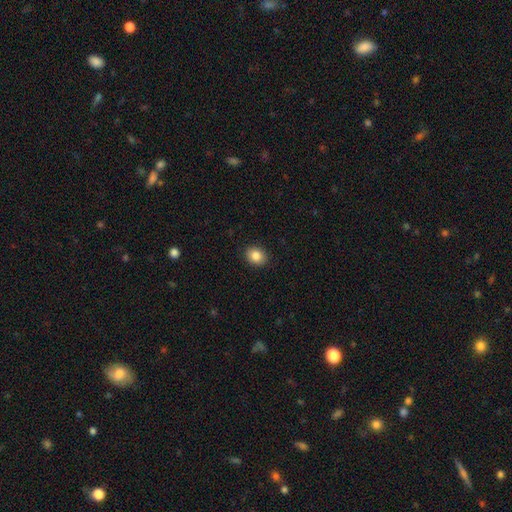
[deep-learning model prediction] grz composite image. It shows a smooth galaxy with no disk features (85%) that is round (50%). Merging: none (90%).